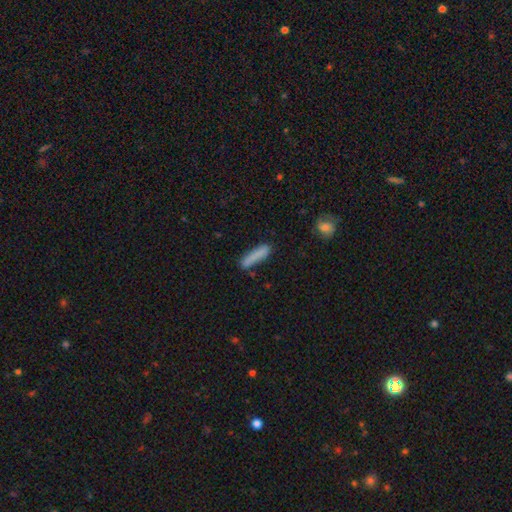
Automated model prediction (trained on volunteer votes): A smooth galaxy with no disk features (83%) that is cigar-shaped (86%). Merging: none (76%).